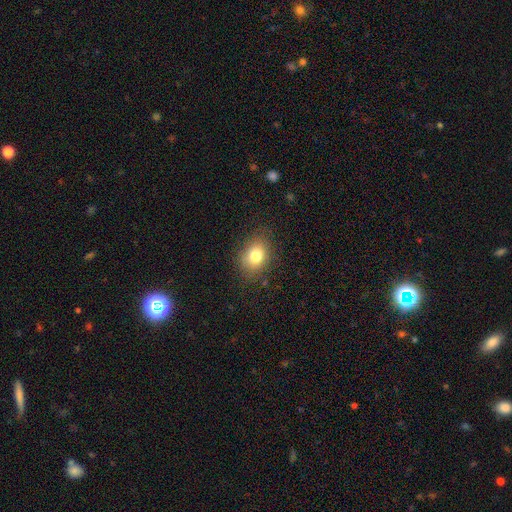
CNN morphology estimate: type=smooth (79%); roundness=in between (60%); merging=none (81%).